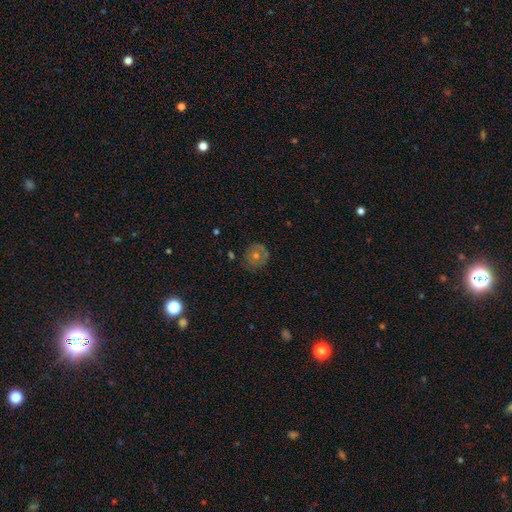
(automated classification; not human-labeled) This appears to be a featured or disk galaxy (44%). Merging: none (77%).